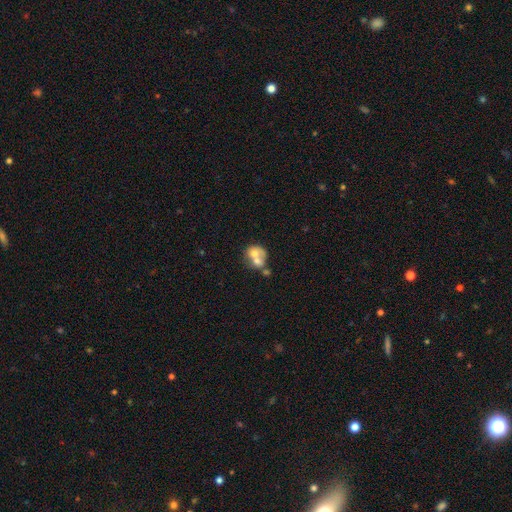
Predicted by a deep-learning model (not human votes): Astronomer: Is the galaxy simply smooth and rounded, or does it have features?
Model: smooth — 56% (runner-up: featured or disk, 35%).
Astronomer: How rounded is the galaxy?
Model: round — 60% (runner-up: in between, 39%).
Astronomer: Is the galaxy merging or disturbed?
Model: merger — 67%.